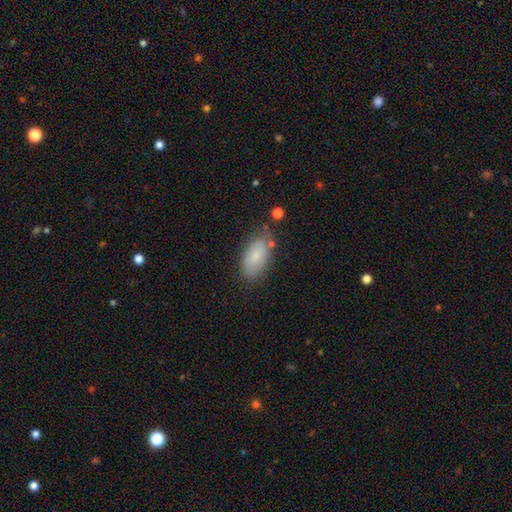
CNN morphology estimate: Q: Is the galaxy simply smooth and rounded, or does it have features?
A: smooth — 79%.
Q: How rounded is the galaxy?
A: in between — 93%.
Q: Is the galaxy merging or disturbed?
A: none — 70%.